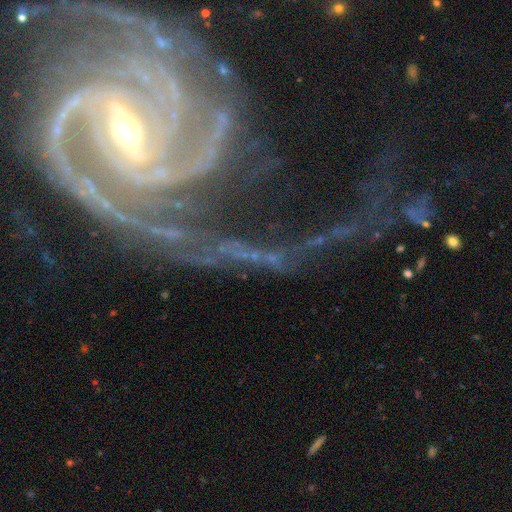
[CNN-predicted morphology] A featured or disk galaxy (91%) with a strong bar (51%), 2 (38%) tight (46%) spiral arms (98%) and a small central bulge (55%).

Vote fractions:
- Smooth or featured? featured or disk: 91% / star or artifact: 6% / smooth: 3%
- Edge-on disk? no: 97% / yes: 3%
- Bar? strong: 51% / weak: 33% / no: 15%
- Spiral arms? yes: 98% / no: 2%
- Spiral winding? tight: 46% / medium: 39% / loose: 15%
- Spiral arm count? 2: 38% / 3: 18% / can't tell: 14% / 4: 12% / 1: 9% / more than 4: 9%
- Bulge size? small: 55% / moderate: 40% / large: 2% / none: 1% / dominant: 1%
- Merging? none: 43% / major disturbance: 37% / minor disturbance: 16% / merger: 5%